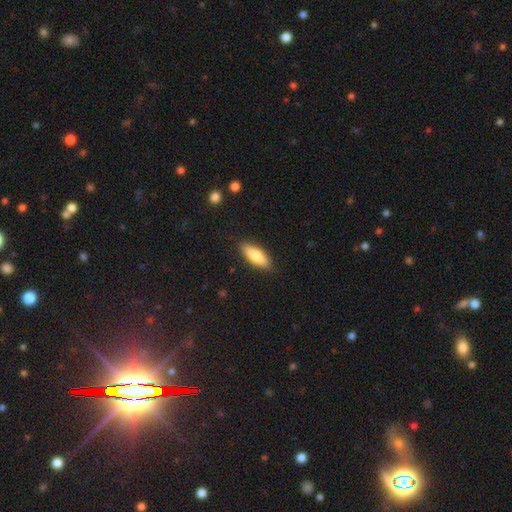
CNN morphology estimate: The model was most divided on "how rounded": in between: 59%, cigar-shaped: 39%, round: 2%. More confident: merging — none (87%); smooth or featured — smooth (74%).